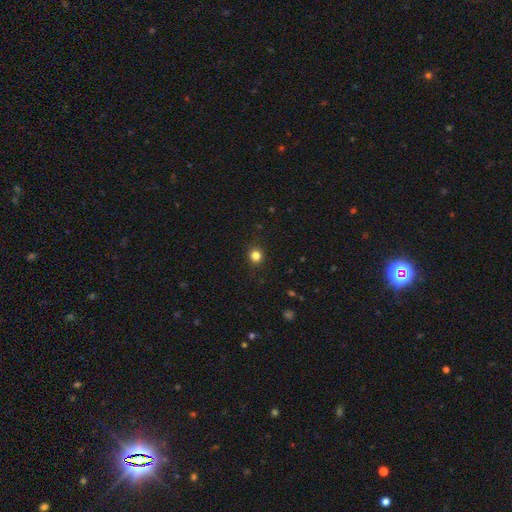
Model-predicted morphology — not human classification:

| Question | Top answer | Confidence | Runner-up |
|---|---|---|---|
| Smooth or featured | smooth | 82% | star or artifact (14%) |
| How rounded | round | 87% | in between (12%) |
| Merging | none | 90% | minor disturbance (7%) |